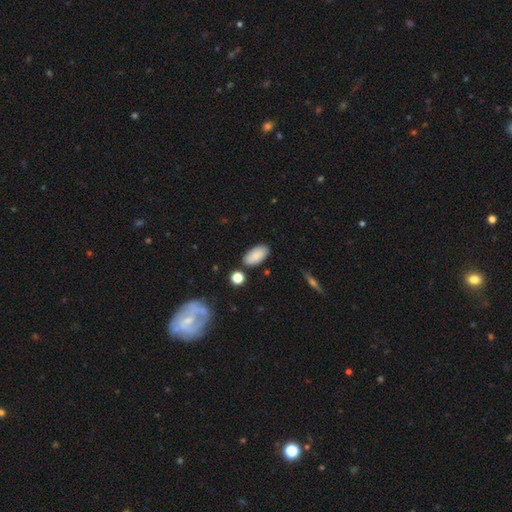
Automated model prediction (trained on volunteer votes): smooth_or_featured: smooth (p=0.87) [alt: star or artifact p=0.07]
how_rounded: in between (p=0.93) [alt: cigar-shaped p=0.04]
merging: none (p=0.82) [alt: minor disturbance p=0.11]